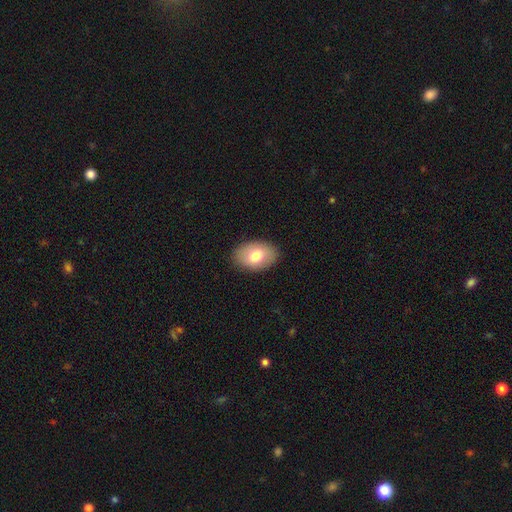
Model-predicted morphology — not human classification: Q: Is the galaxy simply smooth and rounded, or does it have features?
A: smooth — 75%.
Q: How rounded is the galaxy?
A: in between — 87%.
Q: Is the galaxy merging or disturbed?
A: none — 87%.